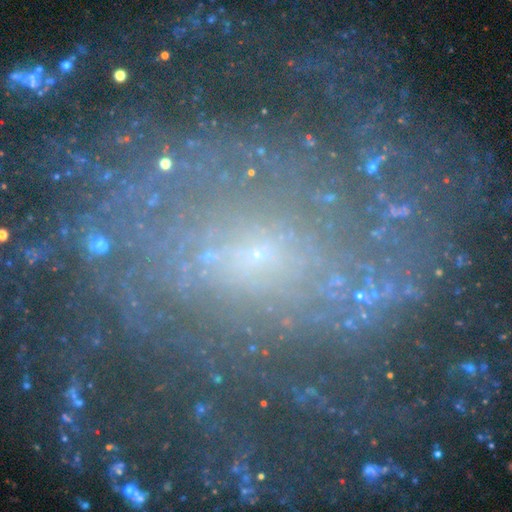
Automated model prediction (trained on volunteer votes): Morphology: type=featured or disk (70%); edge-on=no (97%); bar=no (61%); spiral arms=yes (82%); winding=tight (51%); arm count=can't tell (38%); bulge=small (78%); merging=none (65%).